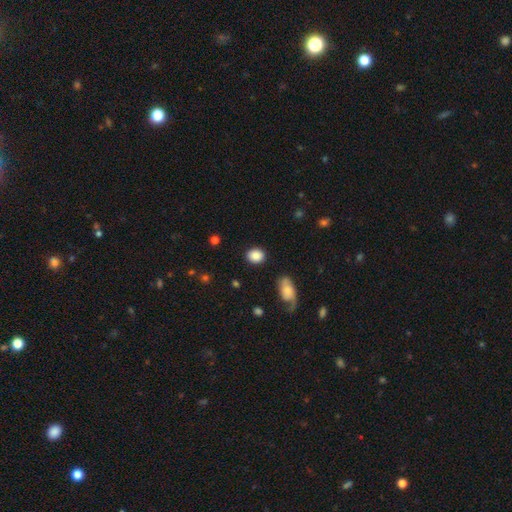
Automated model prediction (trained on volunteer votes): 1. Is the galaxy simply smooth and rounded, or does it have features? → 86% smooth, 8% star or artifact, 6% featured or disk.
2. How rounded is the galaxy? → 54% round, 45% in between, 1% cigar-shaped.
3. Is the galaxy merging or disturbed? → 85% none, 9% minor disturbance, 3% major disturbance, 2% merger.